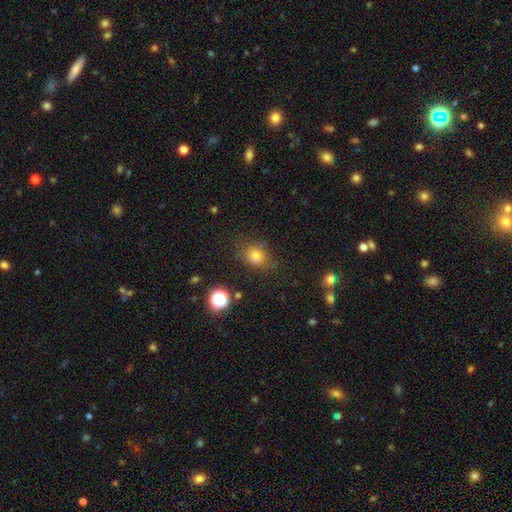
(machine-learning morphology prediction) Overall: smooth (76%). How rounded: round (61%; in between 38%). Merging: none (73%).